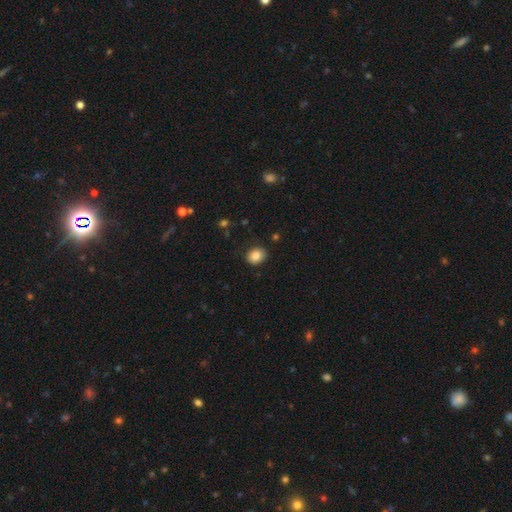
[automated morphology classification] A smooth galaxy with no disk features (86%) that is round (51%).

Vote fractions:
- Smooth or featured? smooth: 86% / star or artifact: 9% / featured or disk: 6%
- How rounded? round: 51% / in between: 49% / cigar-shaped: 1%
- Merging? none: 87% / minor disturbance: 10% / major disturbance: 2% / merger: 1%